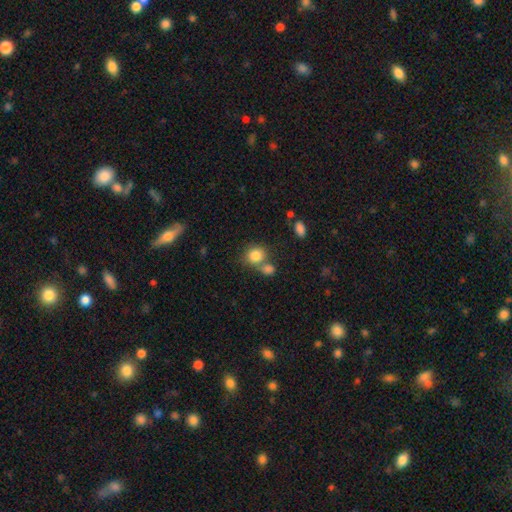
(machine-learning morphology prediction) This is clearly a smooth galaxy (83%). How rounded: likely round (75%). Merging: possibly none (52%).